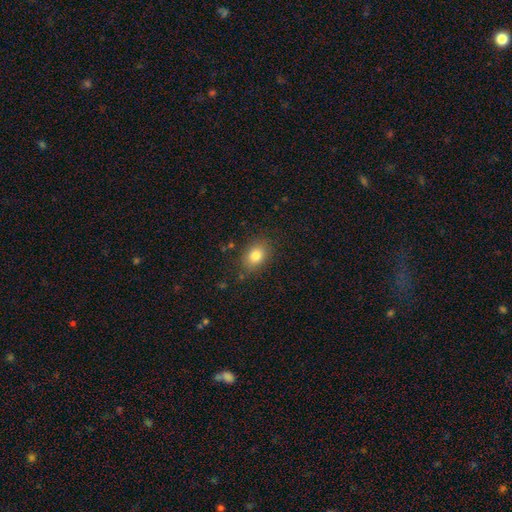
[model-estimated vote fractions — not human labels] This appears to be a smooth galaxy with no disk features (81%) that is in between round and cigar-shaped (69%). Merging: none (84%).